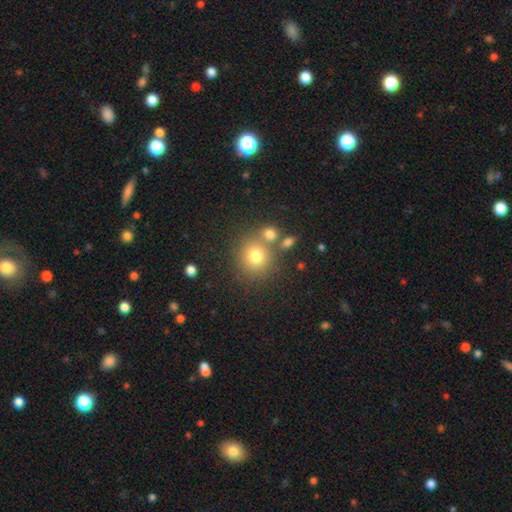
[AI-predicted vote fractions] Smooth or featured?
  - smooth: 75% *
  - star or artifact: 14%
  - featured or disk: 11%
How rounded?
  - round: 88% *
  - in between: 11%
  - cigar-shaped: 1%
Merging?
  - none: 67% *
  - merger: 20%
  - minor disturbance: 10%
  - major disturbance: 4%